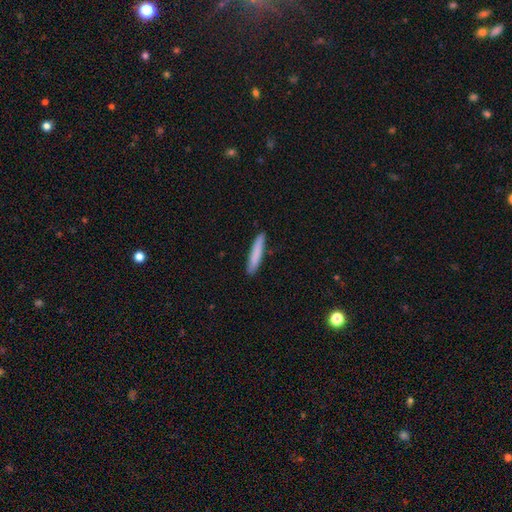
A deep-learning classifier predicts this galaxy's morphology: A smooth galaxy with no disk features (81%) that is cigar-shaped (93%). Merging: none (87%).